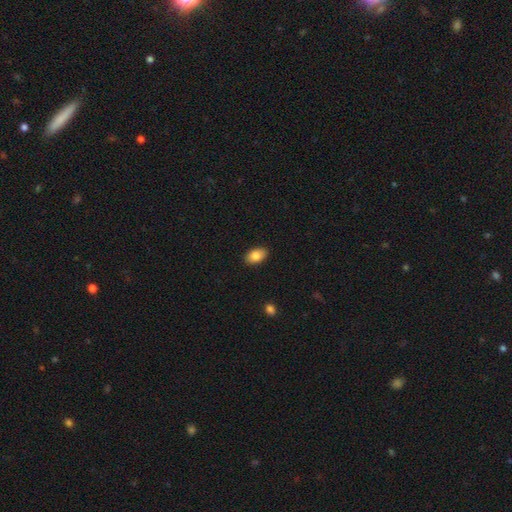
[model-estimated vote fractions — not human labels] Smooth or featured? Predicted: smooth (p=0.83). How rounded? Predicted: in between (p=0.91). Merging? Predicted: none (p=0.89).